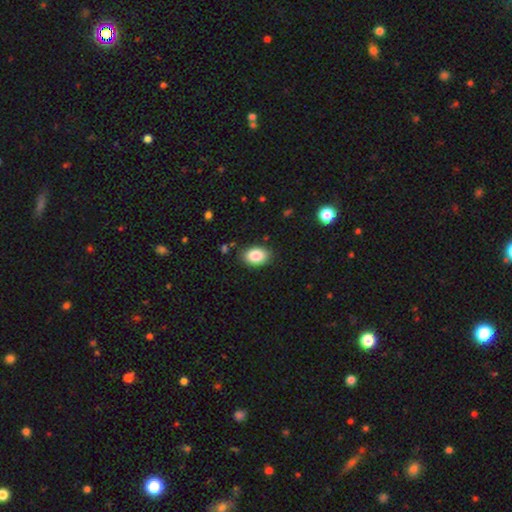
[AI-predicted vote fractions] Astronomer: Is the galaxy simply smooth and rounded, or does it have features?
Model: smooth — 87%.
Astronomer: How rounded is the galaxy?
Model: in between — 87%.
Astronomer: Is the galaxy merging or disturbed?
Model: none — 86%.